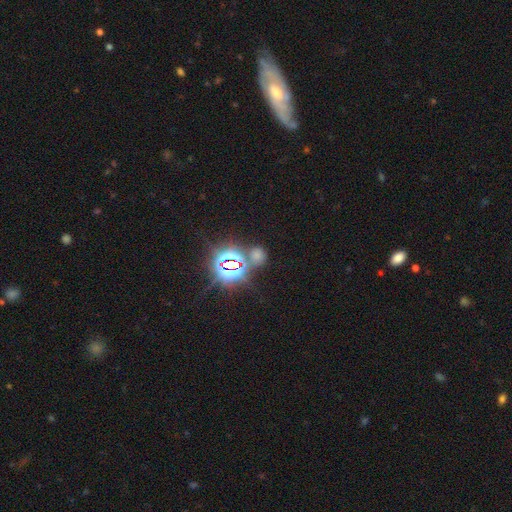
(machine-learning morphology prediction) star or artifact 73%, smooth 20%, featured or disk 7%.